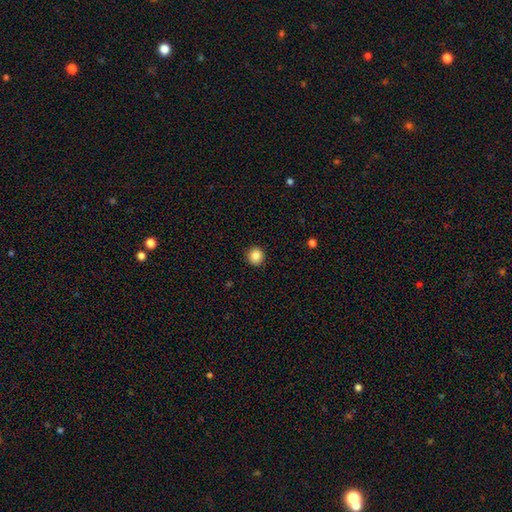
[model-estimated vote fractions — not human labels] Smooth or featured? smooth (86%)
How rounded? round (91%)
Merging? none (92%)